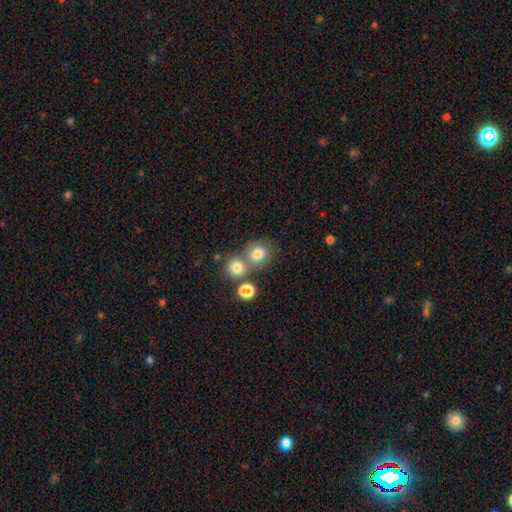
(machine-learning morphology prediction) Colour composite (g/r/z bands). It shows a smooth galaxy with no disk features (77%) that is round (77%). Merging: none (49%).